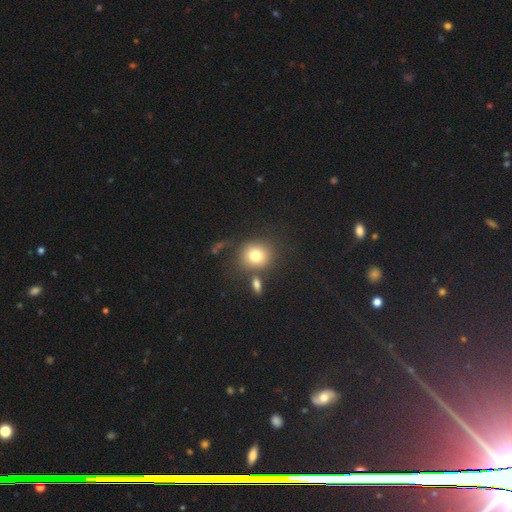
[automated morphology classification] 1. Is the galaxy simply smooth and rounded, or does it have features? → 78% smooth, 11% star or artifact, 11% featured or disk.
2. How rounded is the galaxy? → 81% round, 18% in between, 1% cigar-shaped.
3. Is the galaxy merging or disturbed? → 69% none, 14% merger, 11% minor disturbance, 6% major disturbance.